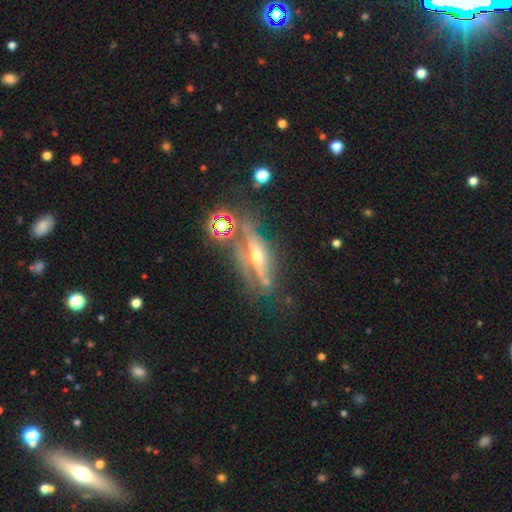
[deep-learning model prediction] This is likely a featured or disk galaxy (61%). It is likely viewed edge-on (73%). Merging: possibly none (57%).